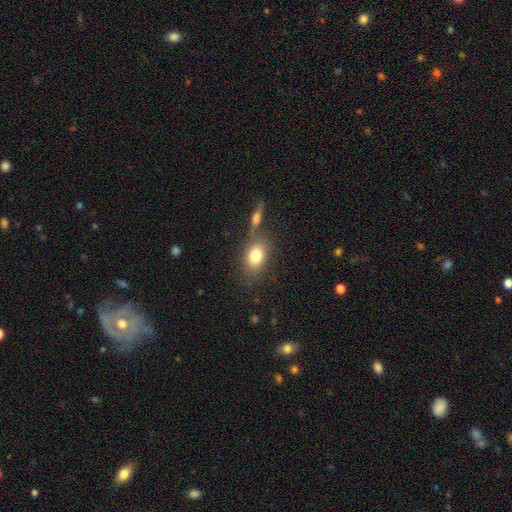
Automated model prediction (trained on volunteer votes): smooth-or-featured: smooth: 80% | featured or disk: 12% | star or artifact: 9%
  how-rounded: in between: 77% | round: 21% | cigar-shaped: 2%
  merging: none: 61% | merger: 20% | minor disturbance: 13% | major disturbance: 5%